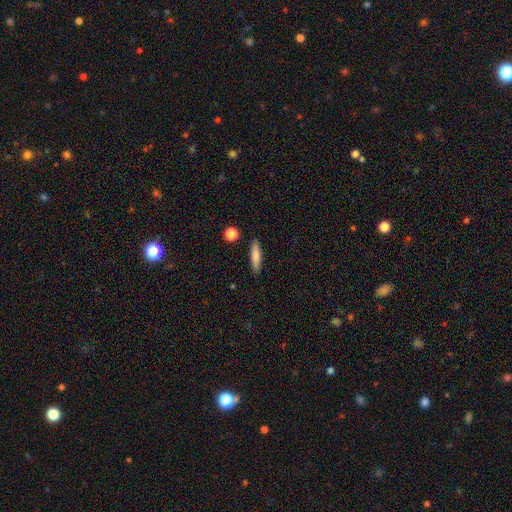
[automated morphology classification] A smooth galaxy with no disk features (78%) that is cigar-shaped (79%). Merging: none (88%).